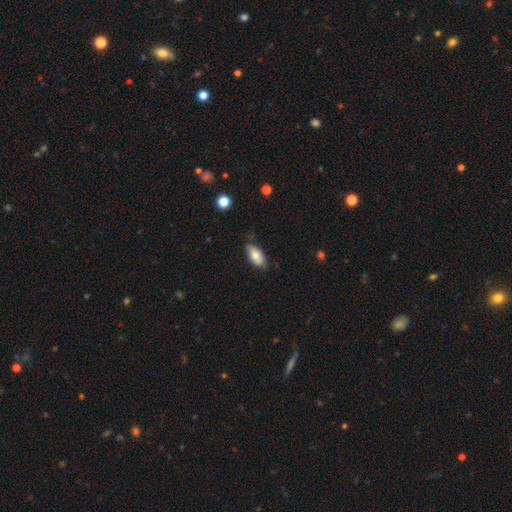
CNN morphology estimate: A smooth galaxy with no disk features (76%) that is in between round and cigar-shaped (91%). Merging: none (72%).